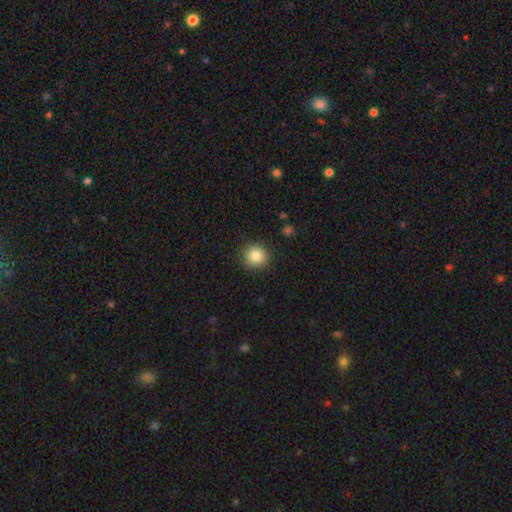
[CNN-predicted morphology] Smooth or featured? smooth (86%)
How rounded? round (87%)
Merging? none (88%)